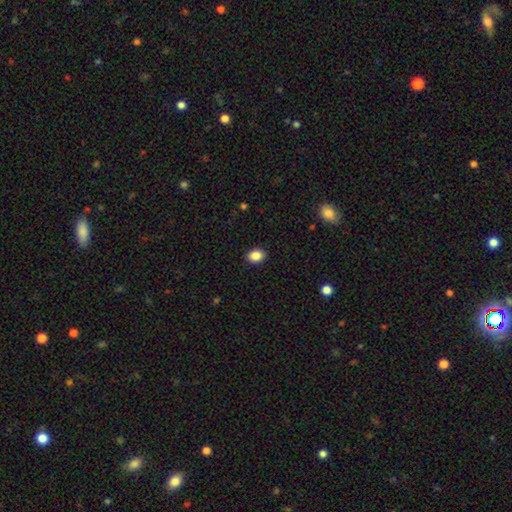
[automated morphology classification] A smooth galaxy with no disk features (88%) that is in between round and cigar-shaped (69%).

Vote fractions:
- Smooth or featured? smooth: 88% / star or artifact: 9% / featured or disk: 4%
- How rounded? in between: 69% / round: 30% / cigar-shaped: 1%
- Merging? none: 90% / minor disturbance: 7% / major disturbance: 2% / merger: 1%